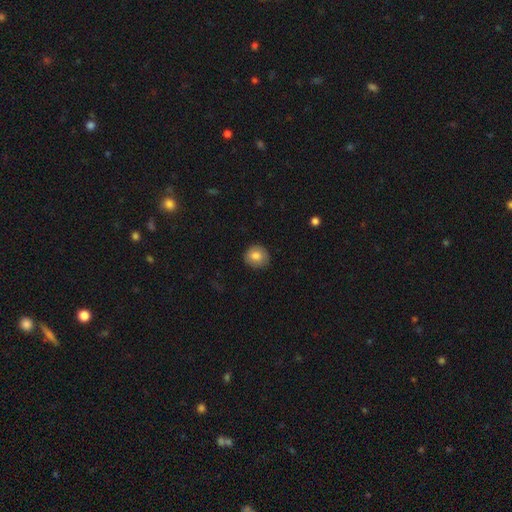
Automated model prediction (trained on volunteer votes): smooth 82%, featured or disk 9%, star or artifact 8%. Down the decision tree: how rounded — round (85%); merging — none (87%).